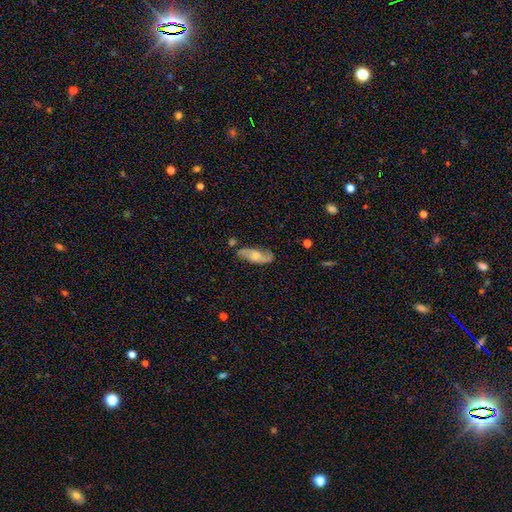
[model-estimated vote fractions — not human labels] A featured or disk galaxy (50%).

Vote fractions:
- Smooth or featured? featured or disk: 50% / smooth: 43% / star or artifact: 7%
- Merging? none: 68% / minor disturbance: 22% / major disturbance: 6% / merger: 5%